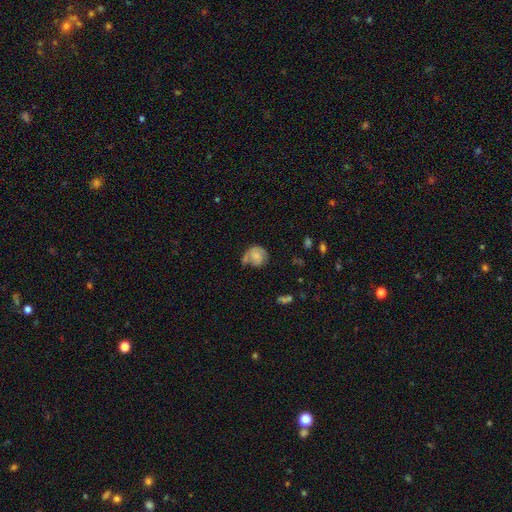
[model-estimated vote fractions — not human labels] Overall: smooth (56%; featured or disk 36%). How rounded: round (74%). Merging: none (42%; minor disturbance 28%).